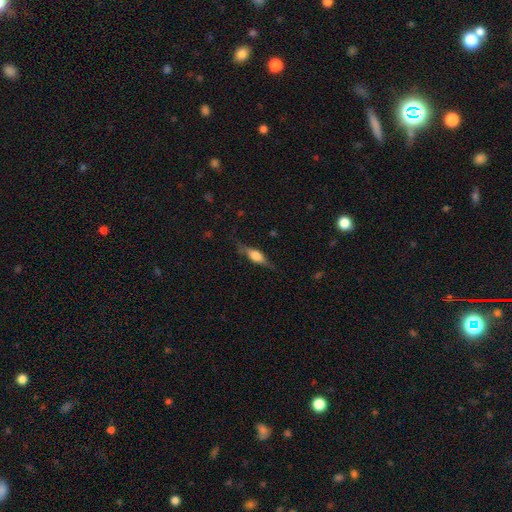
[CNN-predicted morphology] Smooth or featured: featured or disk — 52% (smooth — 42%)
Edge-on disk: yes — 93% (no — 7%)
Merging: none — 76% (minor disturbance — 17%)